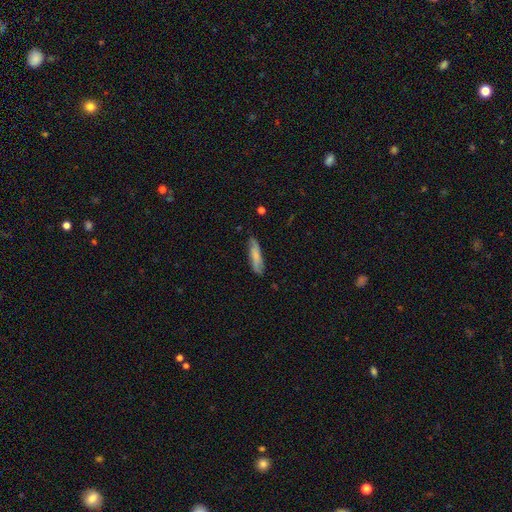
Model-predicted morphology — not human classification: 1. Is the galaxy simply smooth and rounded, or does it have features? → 68% smooth, 26% featured or disk, 6% star or artifact.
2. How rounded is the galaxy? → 70% cigar-shaped, 29% in between, 2% round.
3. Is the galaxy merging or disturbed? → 79% none, 17% minor disturbance, 3% major disturbance, 1% merger.